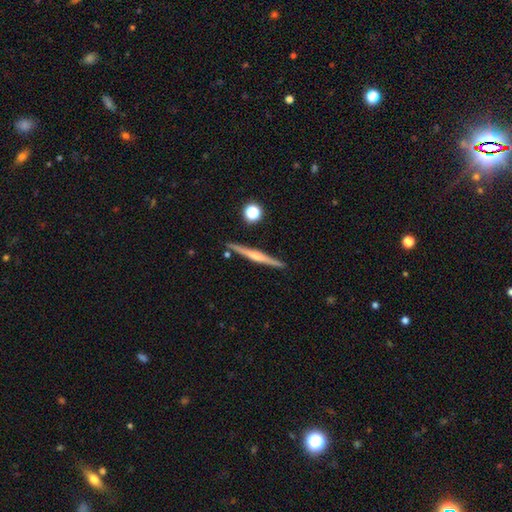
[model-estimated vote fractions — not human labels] A featured or disk galaxy (78%) viewed edge-on (98%) with a rounded central bulge (82%). Merging: none (89%).